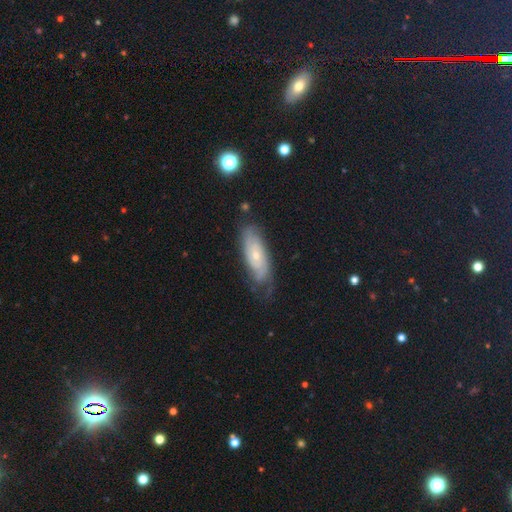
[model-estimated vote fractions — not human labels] This is likely a featured or disk galaxy (72%). It is clearly not viewed edge-on (87%). Bar: likely no (74%). Spiral arm pattern: clearly yes (89%). Spiral arm count: possibly can't tell (48%). Spiral winding: likely tight (63%). Central bulge: likely small (67%). Merging: likely none (65%).